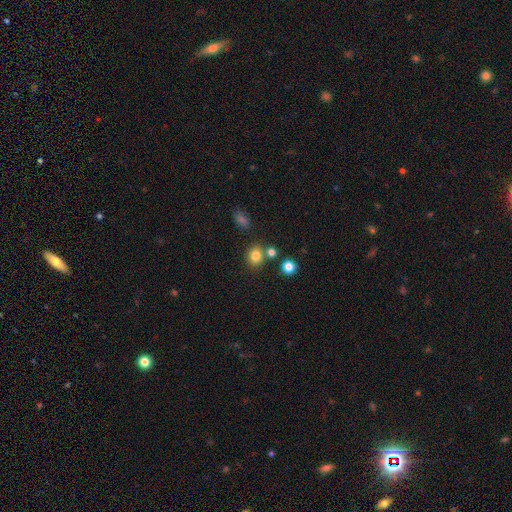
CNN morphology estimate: smooth_or_featured: smooth (p=0.81) [alt: star or artifact p=0.13]
how_rounded: round (p=0.67) [alt: in between p=0.32]
merging: none (p=0.74) [alt: merger p=0.12]